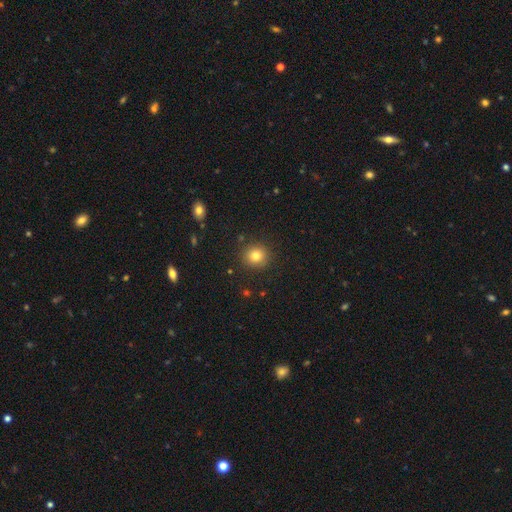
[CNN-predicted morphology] This appears to be a smooth galaxy with no disk features (81%) that is round (90%). Merging: none (89%).